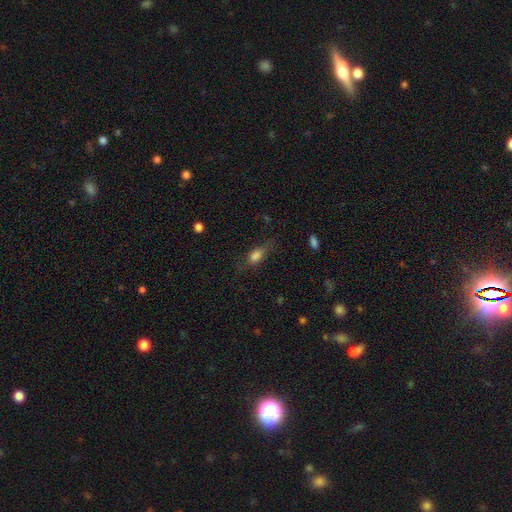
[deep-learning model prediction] Smooth or featured?
  - smooth: 73% *
  - featured or disk: 16%
  - star or artifact: 11%
How rounded?
  - in between: 72% *
  - cigar-shaped: 21%
  - round: 7%
Merging?
  - none: 59% *
  - minor disturbance: 24%
  - major disturbance: 15%
  - merger: 2%